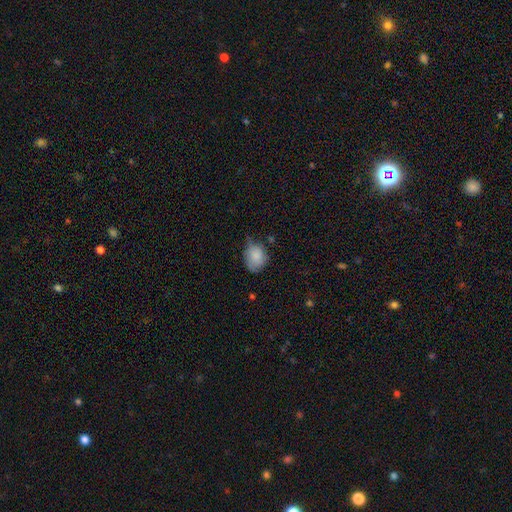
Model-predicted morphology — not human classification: Q: Smooth or featured?
A: smooth (81%); runner-up: featured or disk (11%)
Q: How rounded?
A: in between (51%); runner-up: round (48%)
Q: Merging?
A: none (45%); runner-up: minor disturbance (41%)